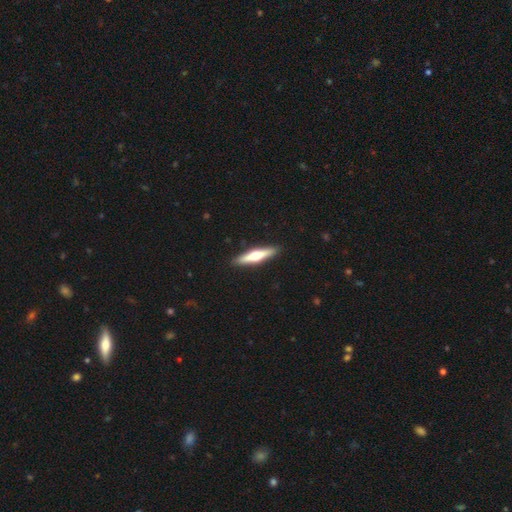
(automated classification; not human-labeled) A featured or disk galaxy (54%) viewed edge-on (95%) with a rounded central bulge (91%).

Vote fractions:
- Smooth or featured? featured or disk: 54% / smooth: 41% / star or artifact: 5%
- Edge-on disk? yes: 95% / no: 5%
- Edge-on bulge? rounded: 91% / none: 5% / boxy: 4%
- Merging? none: 91% / minor disturbance: 6% / major disturbance: 1% / merger: 1%